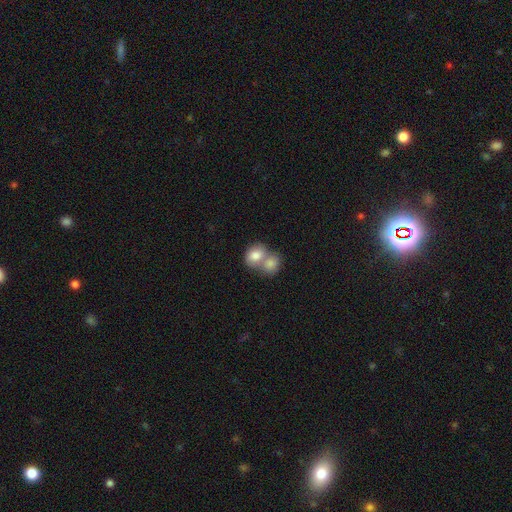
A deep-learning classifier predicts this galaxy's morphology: type=smooth (80%); roundness=in between (54%); merging=merger (69%).